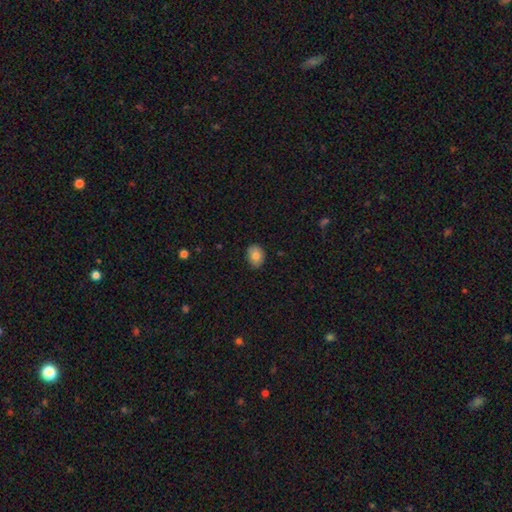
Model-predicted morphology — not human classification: smooth-or-featured: smooth: 79% | featured or disk: 13% | star or artifact: 8%
  how-rounded: in between: 66% | round: 33% | cigar-shaped: 1%
  merging: none: 87% | minor disturbance: 10% | major disturbance: 2% | merger: 1%